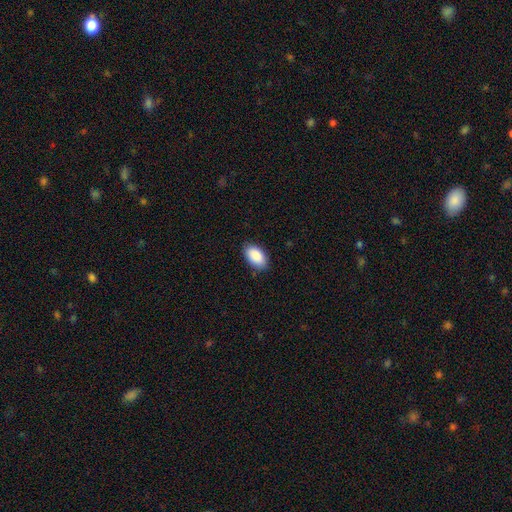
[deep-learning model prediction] smooth_or_featured: smooth (p=0.90) [alt: star or artifact p=0.06]
how_rounded: in between (p=0.95) [alt: round p=0.04]
merging: none (p=0.85) [alt: minor disturbance p=0.12]